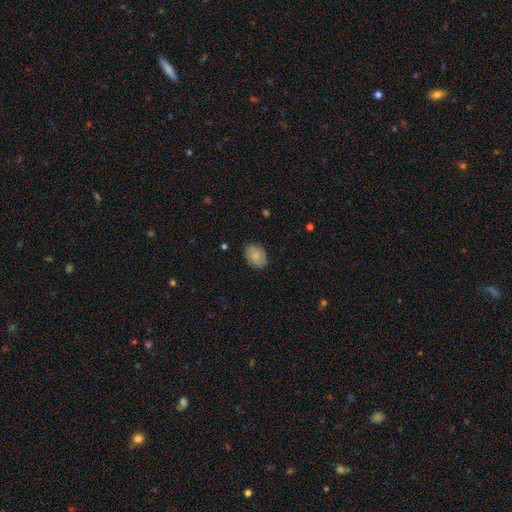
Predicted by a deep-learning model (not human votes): Overall: smooth (69%). How rounded: in between (76%). Merging: none (82%).